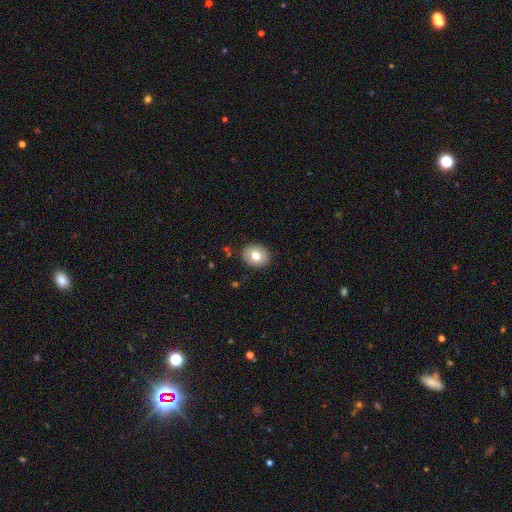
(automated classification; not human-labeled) This is likely a smooth galaxy (75%). How rounded: possibly round (60%). Merging: clearly none (87%).